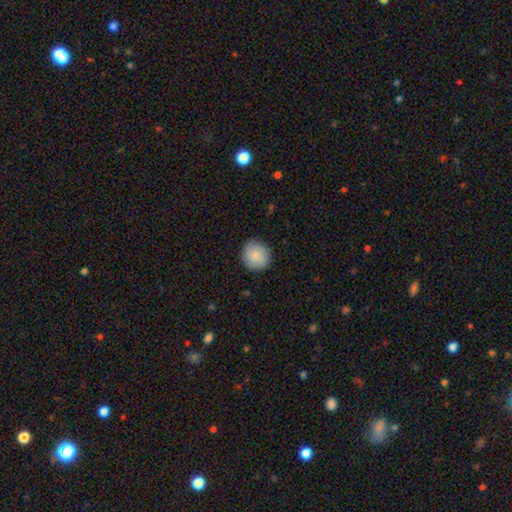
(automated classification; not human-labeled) The model was most divided on "merging": none: 85%, minor disturbance: 12%, major disturbance: 2%, merger: 1%. More confident: how rounded — round (91%); smooth or featured — smooth (87%).